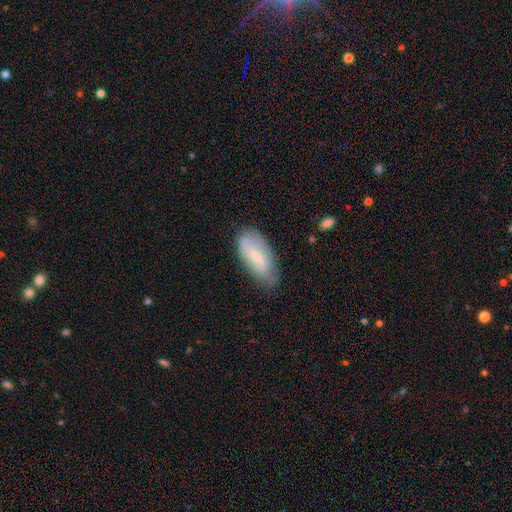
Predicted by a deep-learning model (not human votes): A smooth galaxy with no disk features (56%) that is in between round and cigar-shaped (87%).

Vote fractions:
- Smooth or featured? smooth: 56% / featured or disk: 37% / star or artifact: 7%
- How rounded? in between: 87% / cigar-shaped: 11% / round: 2%
- Merging? none: 65% / minor disturbance: 27% / major disturbance: 6% / merger: 2%